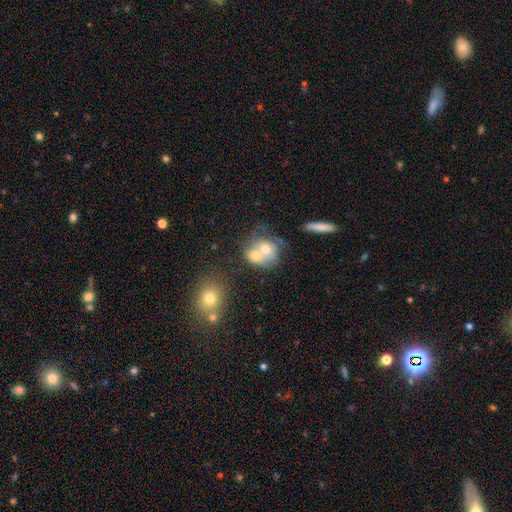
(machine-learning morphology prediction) Overall: smooth (60%; featured or disk 31%). How rounded: round (61%; in between 38%). Merging: merger (71%).